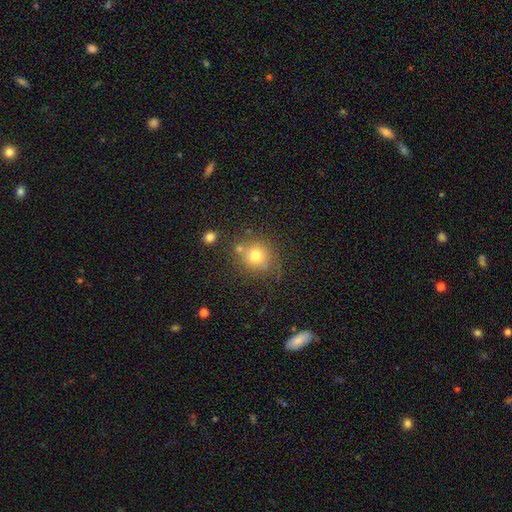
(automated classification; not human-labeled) Overall: smooth (74%). How rounded: round (89%). Merging: none (73%).